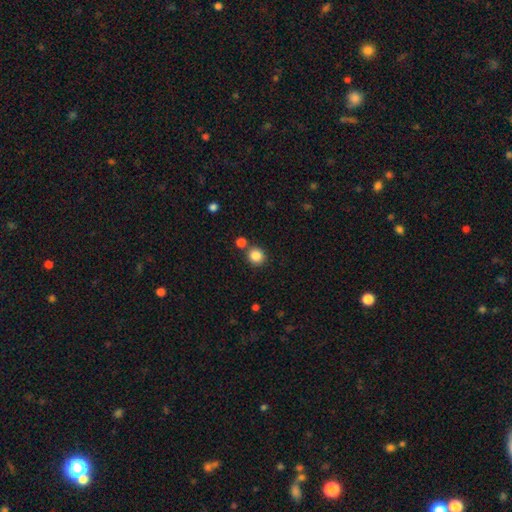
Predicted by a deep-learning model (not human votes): Smooth or featured? smooth (85%)
How rounded? round (88%)
Merging? none (78%)